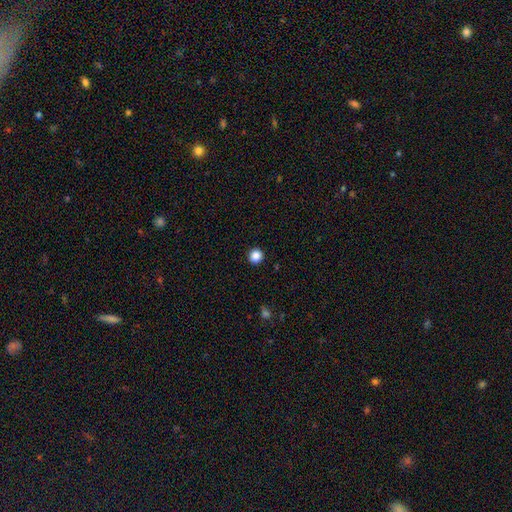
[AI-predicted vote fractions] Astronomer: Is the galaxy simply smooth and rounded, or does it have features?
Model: smooth — 87%.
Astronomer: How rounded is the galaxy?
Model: round — 93%.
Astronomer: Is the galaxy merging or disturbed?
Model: none — 93%.